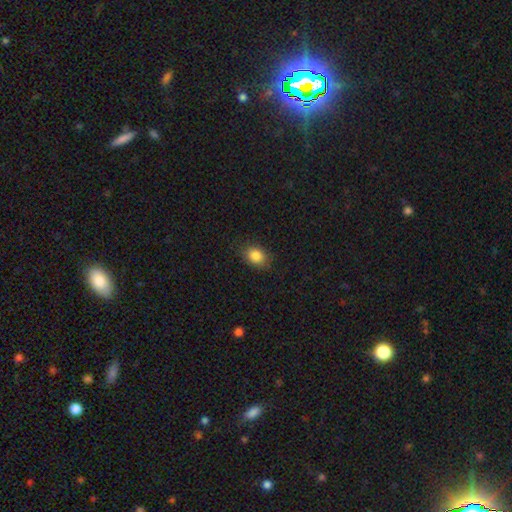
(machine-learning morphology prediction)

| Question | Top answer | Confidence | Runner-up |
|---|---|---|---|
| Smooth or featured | smooth | 85% | star or artifact (10%) |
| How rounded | in between | 62% | round (37%) |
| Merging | none | 85% | minor disturbance (12%) |